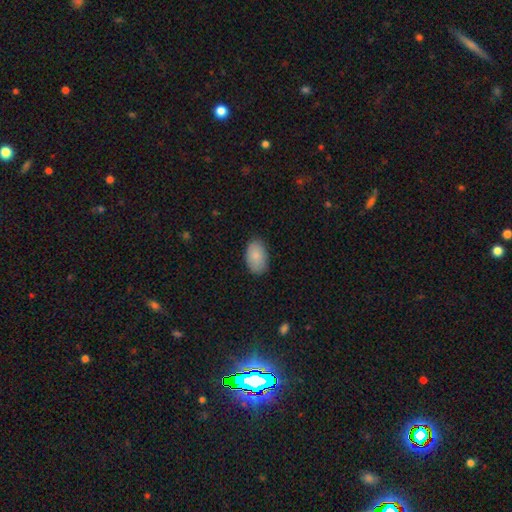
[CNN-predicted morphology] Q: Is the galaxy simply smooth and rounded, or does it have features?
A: smooth — 86%.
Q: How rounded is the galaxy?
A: in between — 92%.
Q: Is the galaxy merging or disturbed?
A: none — 84%.